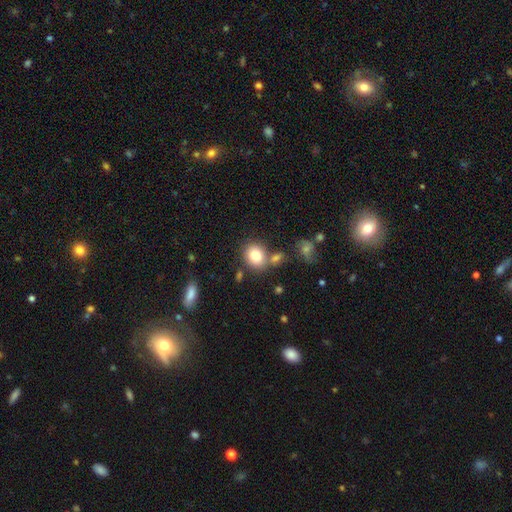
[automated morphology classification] smooth 81%, star or artifact 9%, featured or disk 9%. Down the decision tree: how rounded — round (63%); merging — none (67%).